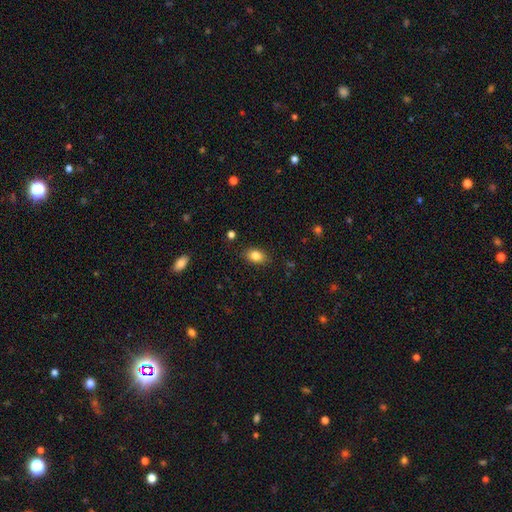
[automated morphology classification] smooth 84%, star or artifact 9%, featured or disk 7%. Down the decision tree: how rounded — in between (82%); merging — none (85%).